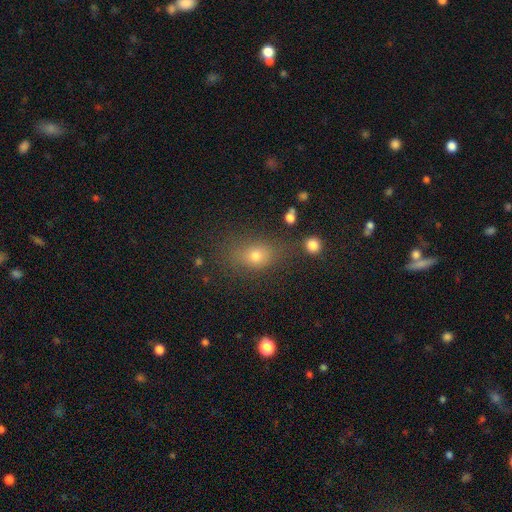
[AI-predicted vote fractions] smooth 70%, star or artifact 18%, featured or disk 13%. Down the decision tree: how rounded — in between (64%); merging — none (68%).